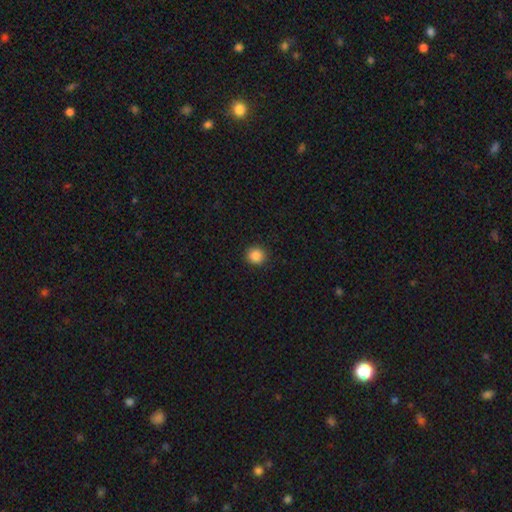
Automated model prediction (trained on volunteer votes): Smooth or featured?
  - smooth: 87% *
  - star or artifact: 10%
  - featured or disk: 3%
How rounded?
  - round: 93% *
  - in between: 6%
  - cigar-shaped: 1%
Merging?
  - none: 93% *
  - minor disturbance: 5%
  - major disturbance: 2%
  - merger: 1%